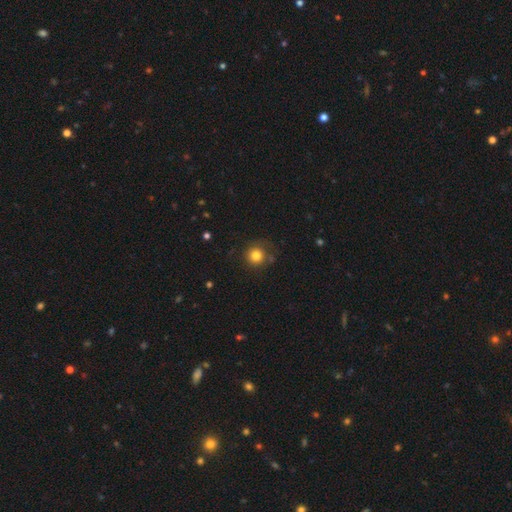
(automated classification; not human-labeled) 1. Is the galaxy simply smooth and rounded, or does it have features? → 81% smooth, 12% star or artifact, 7% featured or disk.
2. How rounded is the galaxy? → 93% round, 6% in between, 1% cigar-shaped.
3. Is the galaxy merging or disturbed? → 76% none, 15% minor disturbance, 6% major disturbance, 3% merger.